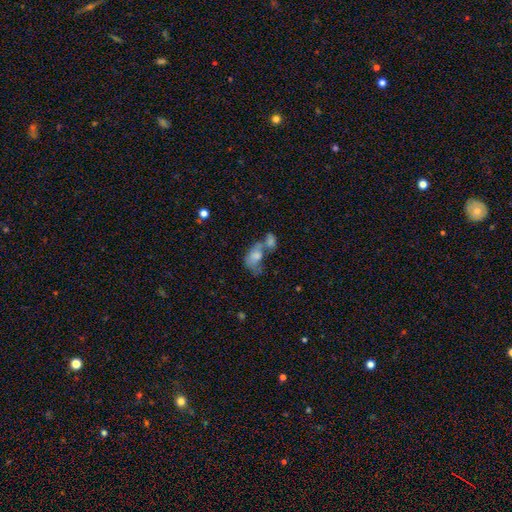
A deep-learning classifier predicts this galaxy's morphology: Smooth or featured?
  - smooth: 64% *
  - featured or disk: 26%
  - star or artifact: 10%
How rounded?
  - in between: 84% *
  - round: 13%
  - cigar-shaped: 3%
Merging?
  - merger: 61% *
  - none: 15%
  - major disturbance: 14%
  - minor disturbance: 10%